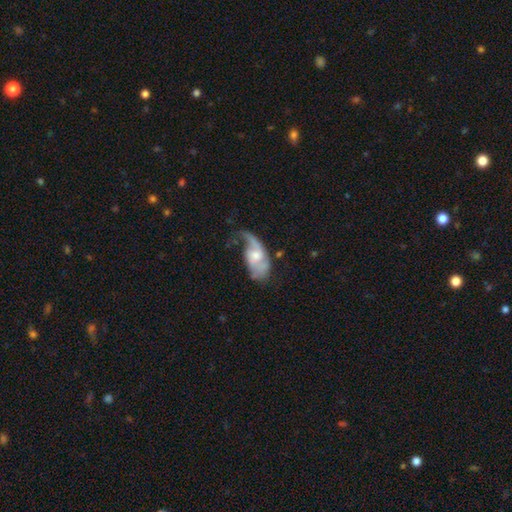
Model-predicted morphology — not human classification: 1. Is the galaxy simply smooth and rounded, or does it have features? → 70% featured or disk, 24% smooth, 6% star or artifact.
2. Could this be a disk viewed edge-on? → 95% no, 5% yes.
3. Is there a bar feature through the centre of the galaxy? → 60% no, 34% weak, 6% strong.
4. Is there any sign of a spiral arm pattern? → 85% yes, 15% no.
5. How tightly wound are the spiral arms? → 52% loose, 34% medium, 14% tight.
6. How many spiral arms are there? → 49% 2, 33% 1, 12% can't tell, 4% 3, 1% 4, 1% more than 4.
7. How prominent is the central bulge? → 50% moderate, 33% small, 8% large, 8% none, 1% dominant.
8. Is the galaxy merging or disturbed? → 39% major disturbance, 30% none, 27% minor disturbance, 4% merger.